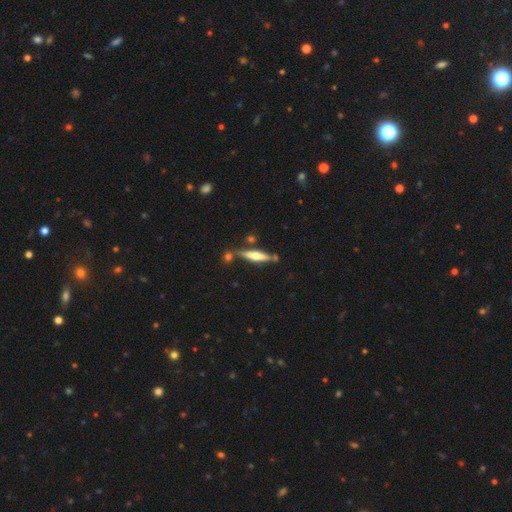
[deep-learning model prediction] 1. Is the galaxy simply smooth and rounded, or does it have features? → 57% featured or disk, 37% smooth, 6% star or artifact.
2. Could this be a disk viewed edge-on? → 94% yes, 6% no.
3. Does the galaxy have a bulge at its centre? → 74% rounded, 16% boxy, 10% none.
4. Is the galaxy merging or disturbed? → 74% none, 13% minor disturbance, 11% merger, 3% major disturbance.